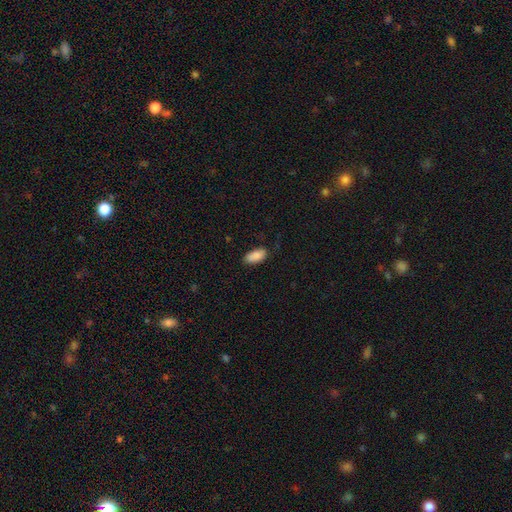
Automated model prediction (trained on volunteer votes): Smooth or featured? Predicted: smooth (p=0.87). How rounded? Predicted: in between (p=0.90). Merging? Predicted: none (p=0.75).